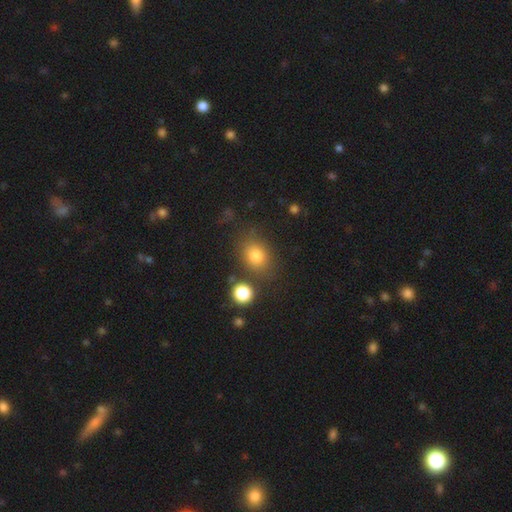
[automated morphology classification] Smooth or featured? smooth (79%)
How rounded? in between (55%)
Merging? none (75%)